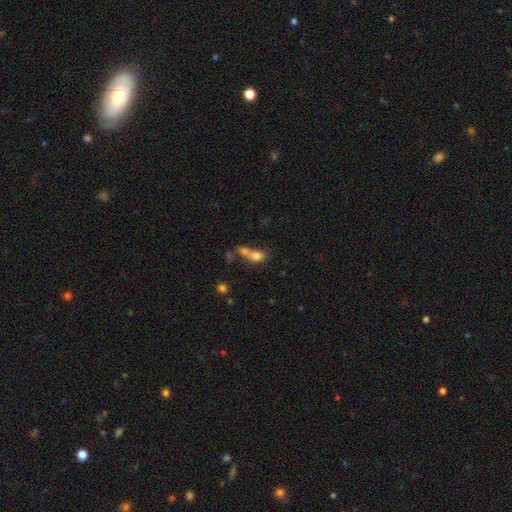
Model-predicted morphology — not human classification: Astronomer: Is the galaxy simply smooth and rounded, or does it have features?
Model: smooth — 72%.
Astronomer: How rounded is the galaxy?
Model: in between — 72%.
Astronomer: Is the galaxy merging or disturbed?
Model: merger — 60%.